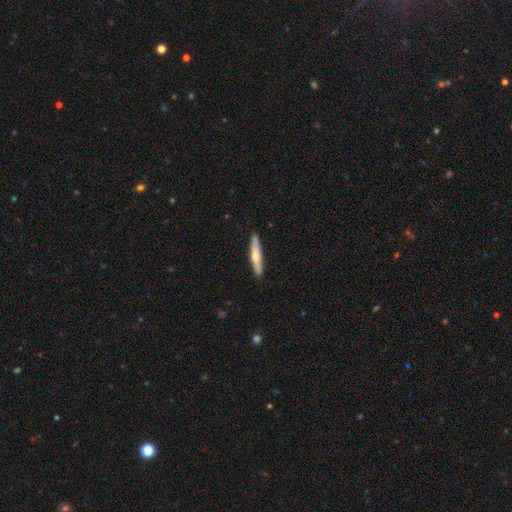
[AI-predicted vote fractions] Smooth or featured: smooth — 57% (featured or disk — 38%)
How rounded: cigar-shaped — 89% (in between — 9%)
Merging: none — 88% (minor disturbance — 9%)